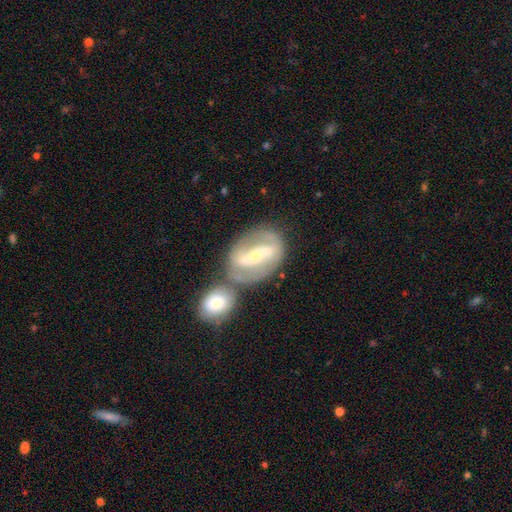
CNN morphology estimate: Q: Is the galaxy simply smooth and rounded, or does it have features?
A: featured or disk — 77%.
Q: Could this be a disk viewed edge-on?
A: no — 94%.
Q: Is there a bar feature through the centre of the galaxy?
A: strong — 65%.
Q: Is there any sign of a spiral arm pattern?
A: yes — 74%.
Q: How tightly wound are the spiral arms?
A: medium — 44%.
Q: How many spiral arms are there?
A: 2 — 80%.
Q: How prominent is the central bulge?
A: small — 52%.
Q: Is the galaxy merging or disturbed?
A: none — 43%.